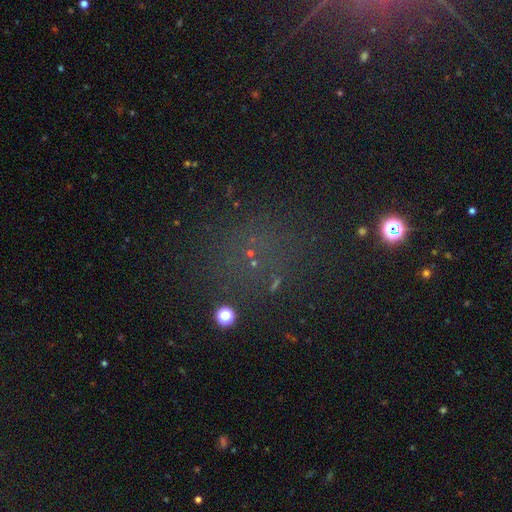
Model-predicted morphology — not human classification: A star or artifact, not a galaxy (63%).

Vote fractions:
- Smooth or featured? star or artifact: 63% / smooth: 22% / featured or disk: 15%